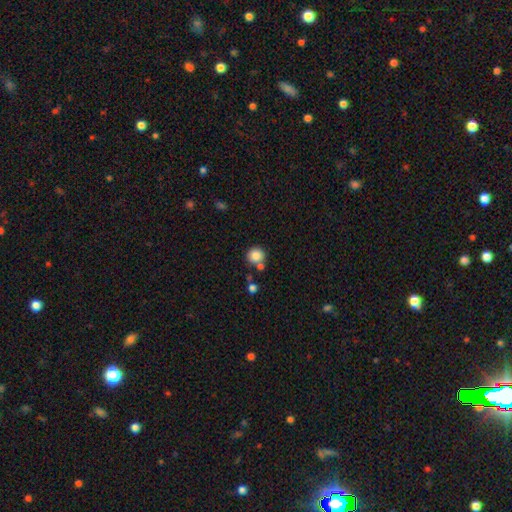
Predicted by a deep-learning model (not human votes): Q: Smooth or featured?
A: smooth (85%); runner-up: star or artifact (10%)
Q: How rounded?
A: round (91%); runner-up: in between (8%)
Q: Merging?
A: none (72%); runner-up: merger (16%)